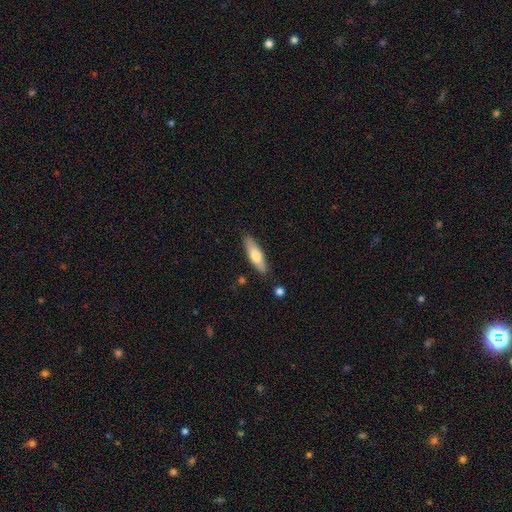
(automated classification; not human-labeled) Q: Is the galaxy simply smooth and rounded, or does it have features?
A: smooth — 64%.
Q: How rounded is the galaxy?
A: cigar-shaped — 60%.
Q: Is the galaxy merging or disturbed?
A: none — 86%.